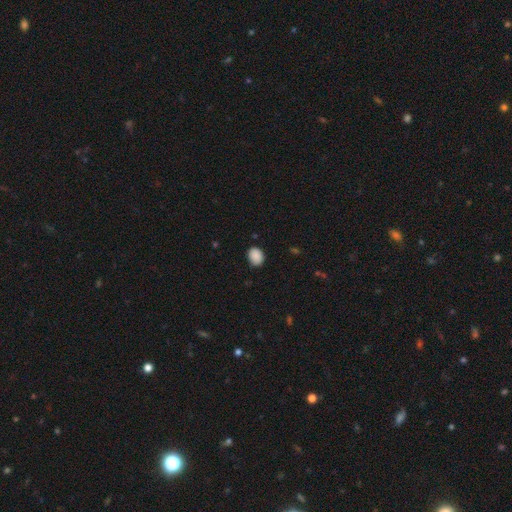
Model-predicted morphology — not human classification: smooth-or-featured: smooth: 89% | star or artifact: 8% | featured or disk: 3%
  how-rounded: in between: 51% | round: 48% | cigar-shaped: 1%
  merging: none: 83% | minor disturbance: 13% | major disturbance: 3% | merger: 1%